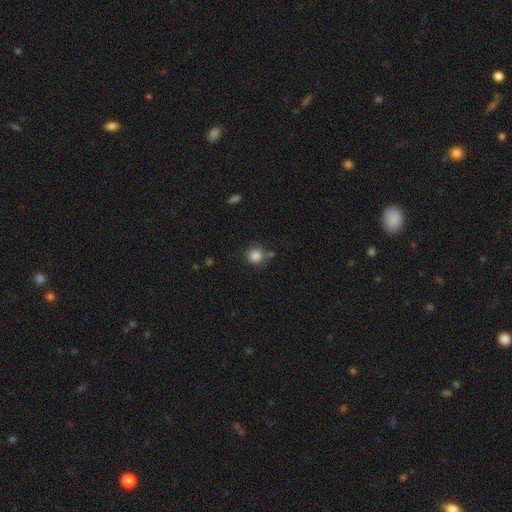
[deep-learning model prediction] smooth-or-featured: smooth: 85% | star or artifact: 10% | featured or disk: 5%
  how-rounded: round: 89% | in between: 10% | cigar-shaped: 1%
  merging: none: 71% | minor disturbance: 16% | merger: 8% | major disturbance: 4%